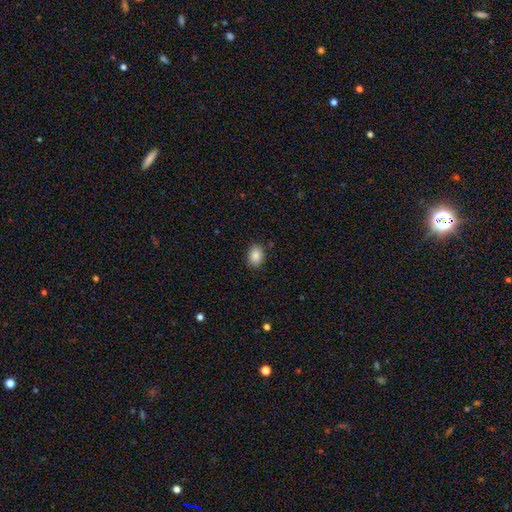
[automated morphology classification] Smooth or featured: smooth — 87% (star or artifact — 8%)
How rounded: in between — 71% (round — 28%)
Merging: none — 86% (minor disturbance — 10%)